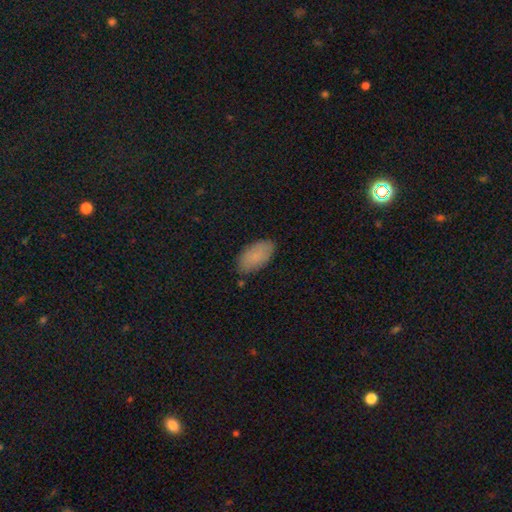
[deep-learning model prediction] This is clearly a smooth galaxy (84%). How rounded: clearly in between (94%). Merging: clearly none (81%).